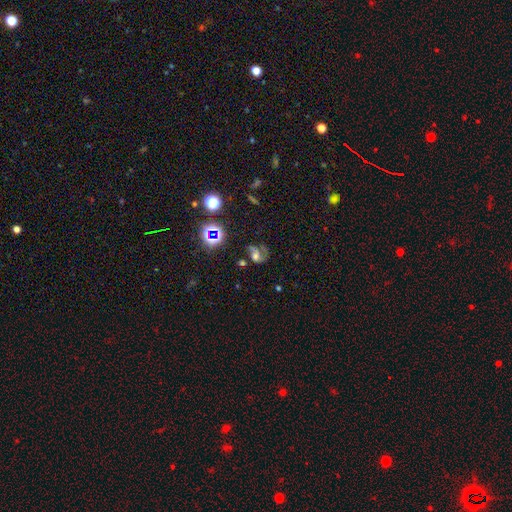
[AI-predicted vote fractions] smooth-or-featured: featured or disk: 54% | smooth: 24% | star or artifact: 22%
  disk-edge-on: no: 97% | yes: 3%
    bar: no: 64% | weak: 27% | strong: 9%
    has-spiral-arms: yes: 81% | no: 19%
    bulge-size: moderate: 46% | small: 20% | large: 20% | none: 11% | dominant: 4%
  merging: major disturbance: 37% | none: 36% | minor disturbance: 18% | merger: 9%